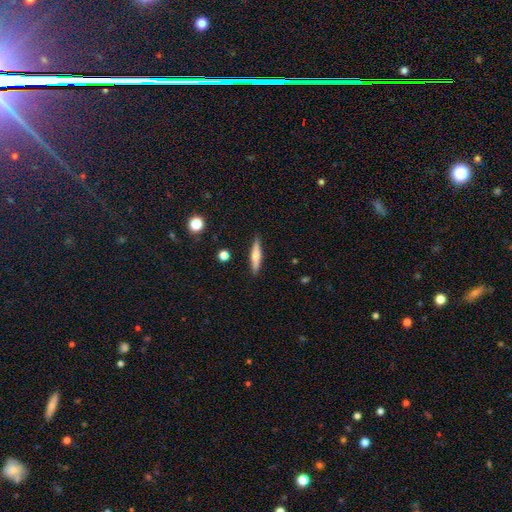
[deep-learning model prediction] A smooth galaxy with no disk features (49%). Merging: none (88%).